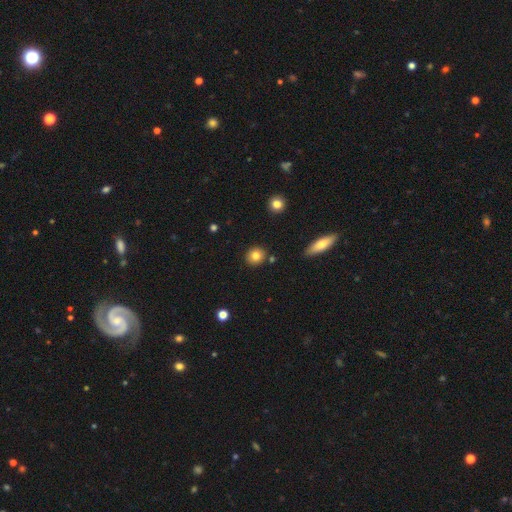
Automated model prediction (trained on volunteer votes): Smooth or featured? smooth (81%)
How rounded? round (83%)
Merging? none (86%)